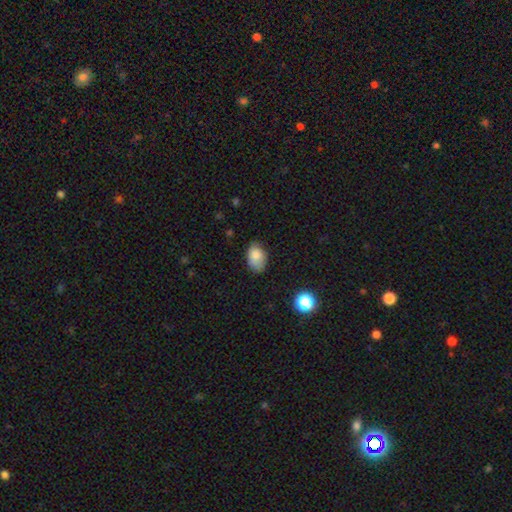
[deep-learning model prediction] A smooth galaxy with no disk features (83%) that is in between round and cigar-shaped (84%). Merging: none (65%).